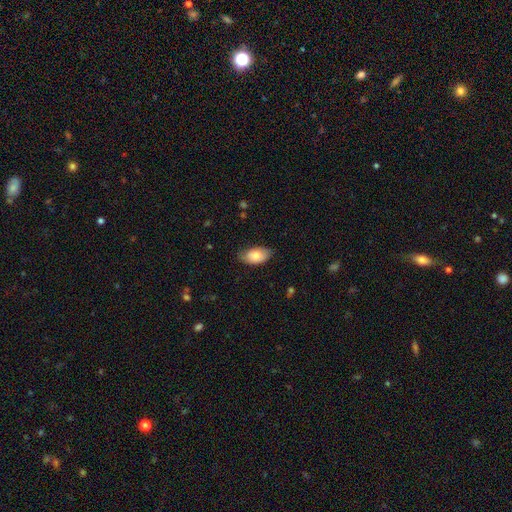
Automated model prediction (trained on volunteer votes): Smooth or featured?
  - smooth: 77% *
  - featured or disk: 17%
  - star or artifact: 6%
How rounded?
  - in between: 94% *
  - round: 4%
  - cigar-shaped: 2%
Merging?
  - none: 73% *
  - minor disturbance: 22%
  - major disturbance: 3%
  - merger: 1%